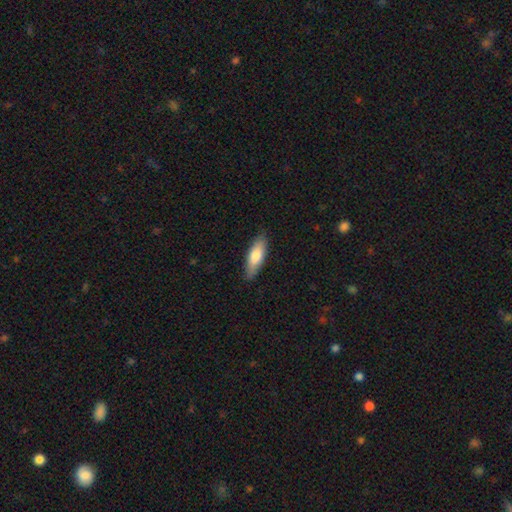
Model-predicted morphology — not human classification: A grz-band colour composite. It shows a smooth galaxy with no disk features (75%) that is in between round and cigar-shaped (57%). Merging: none (86%).